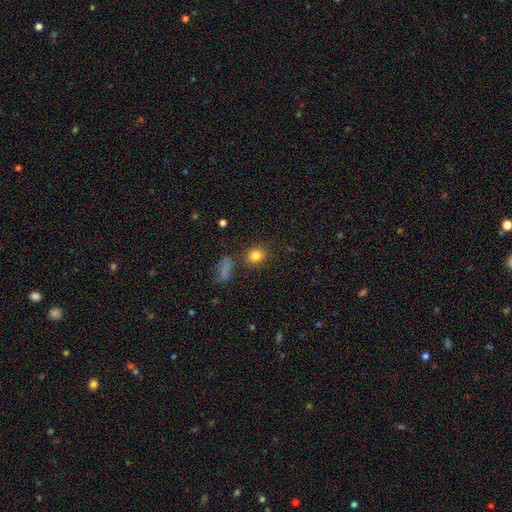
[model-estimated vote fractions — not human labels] Smooth or featured: smooth — 83% (star or artifact — 11%)
How rounded: round — 74% (in between — 25%)
Merging: none — 80% (minor disturbance — 10%)